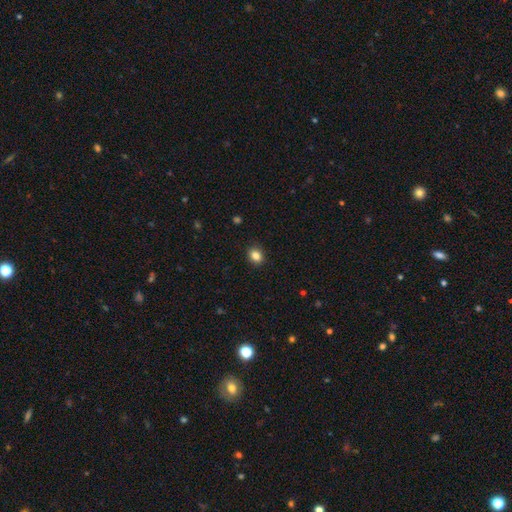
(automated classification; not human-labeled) Smooth or featured: smooth — 85% (star or artifact — 10%)
How rounded: round — 51% (in between — 48%)
Merging: none — 89% (minor disturbance — 8%)